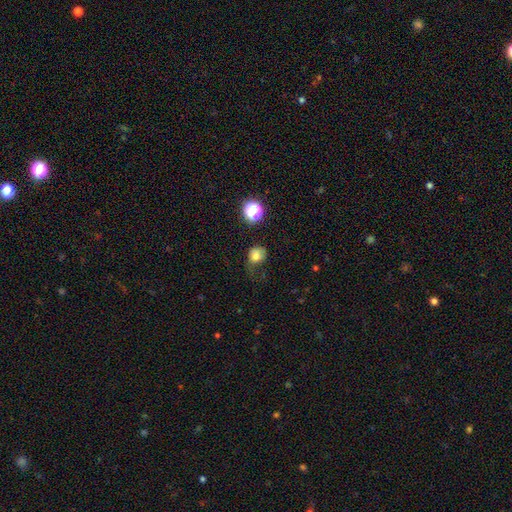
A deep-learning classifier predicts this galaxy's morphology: This is likely a smooth galaxy (78%). How rounded: likely round (70%). Merging: marginally none (39%).